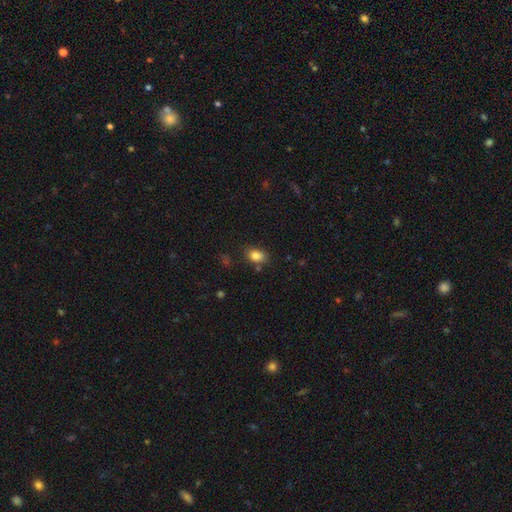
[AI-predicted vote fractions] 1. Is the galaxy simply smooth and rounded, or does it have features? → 84% smooth, 10% star or artifact, 6% featured or disk.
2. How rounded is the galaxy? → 77% in between, 22% round, 1% cigar-shaped.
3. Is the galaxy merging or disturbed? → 77% none, 15% minor disturbance, 4% merger, 4% major disturbance.